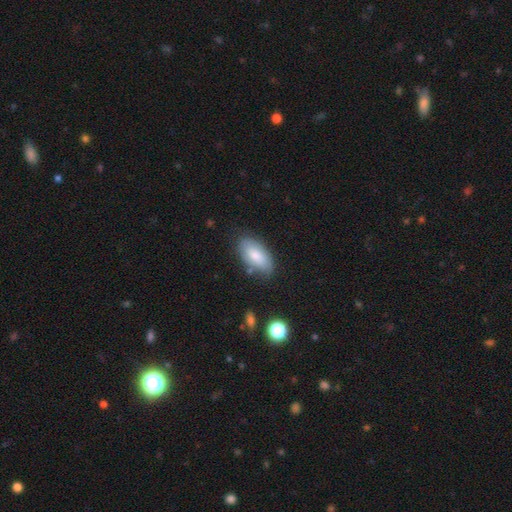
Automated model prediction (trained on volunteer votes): This appears to be a smooth galaxy with no disk features (74%) that is in between round and cigar-shaped (93%). Merging: none (71%).